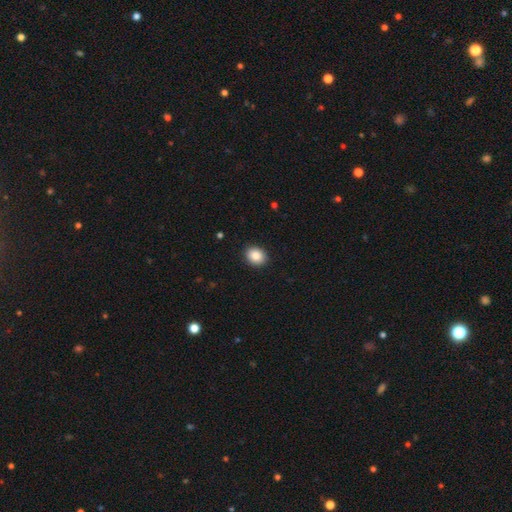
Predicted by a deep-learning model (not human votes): Morphology: type=smooth (87%); roundness=round (54%); merging=none (91%).